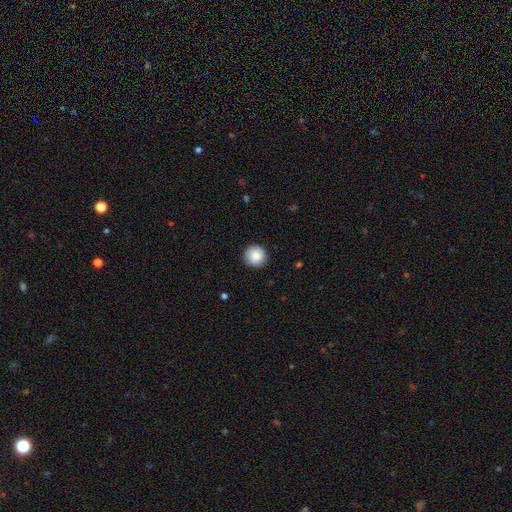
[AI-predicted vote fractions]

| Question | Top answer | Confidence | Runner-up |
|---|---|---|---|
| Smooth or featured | smooth | 85% | star or artifact (8%) |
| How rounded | round | 95% | in between (4%) |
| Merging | none | 89% | minor disturbance (8%) |